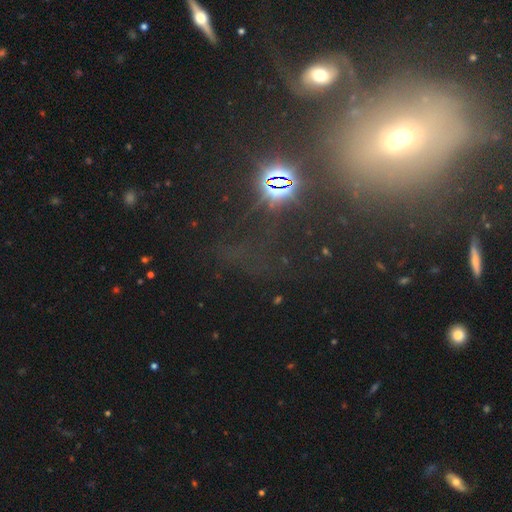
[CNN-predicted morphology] Smooth or featured?
  - star or artifact: 54% *
  - smooth: 27%
  - featured or disk: 19%